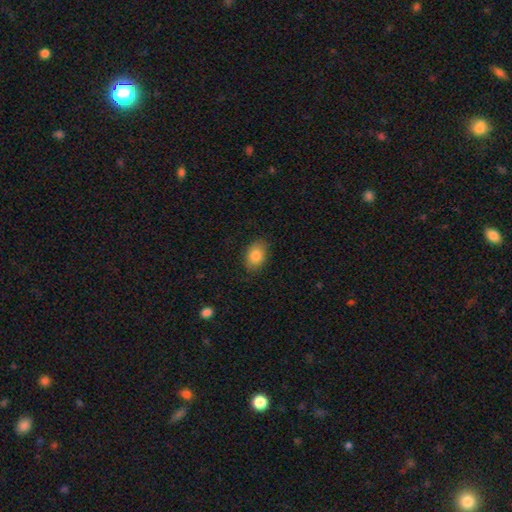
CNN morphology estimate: This is clearly a smooth galaxy (84%). How rounded: likely in between (78%). Merging: clearly none (83%).